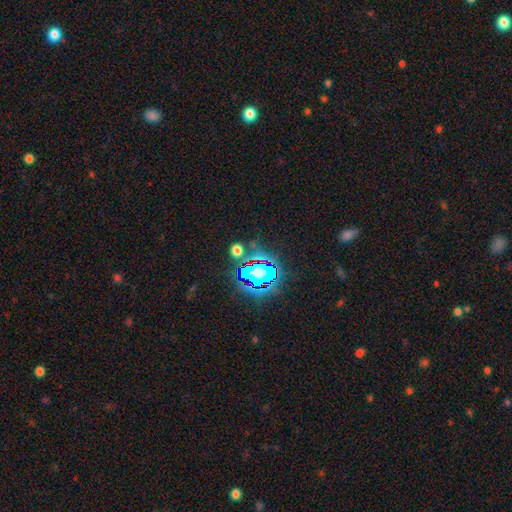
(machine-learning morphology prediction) A star or artifact, not a galaxy (81%).